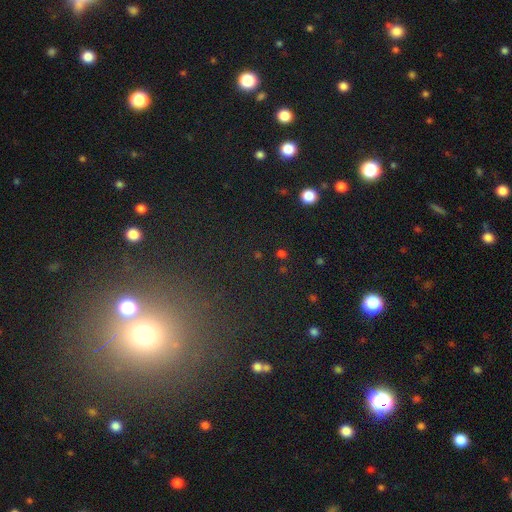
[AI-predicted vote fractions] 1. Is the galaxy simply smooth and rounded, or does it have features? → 54% star or artifact, 37% smooth, 10% featured or disk.